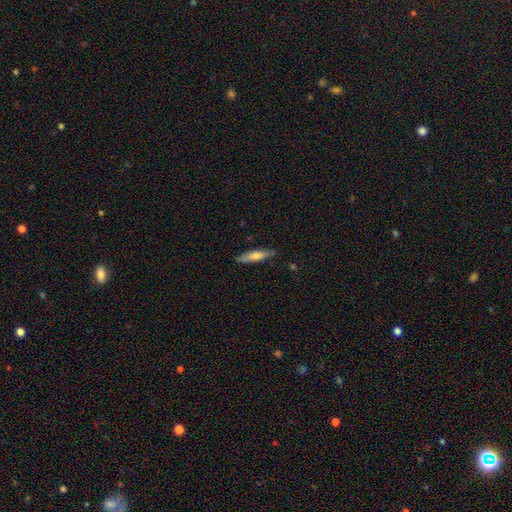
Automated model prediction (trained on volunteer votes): Overall: smooth (64%; featured or disk 31%). How rounded: cigar-shaped (83%). Merging: none (83%).